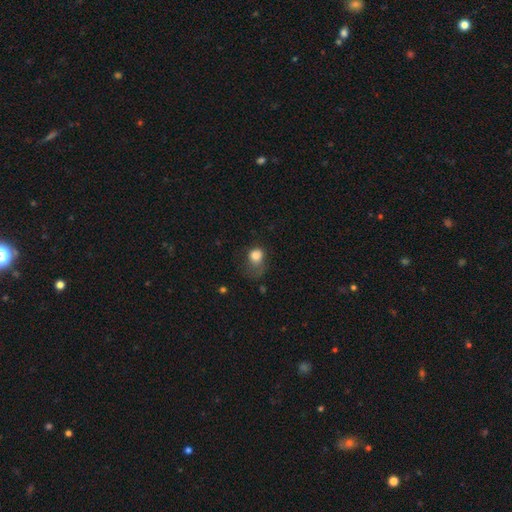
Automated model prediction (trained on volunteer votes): Smooth or featured? smooth (81%)
How rounded? round (58%)
Merging? major disturbance (38%)